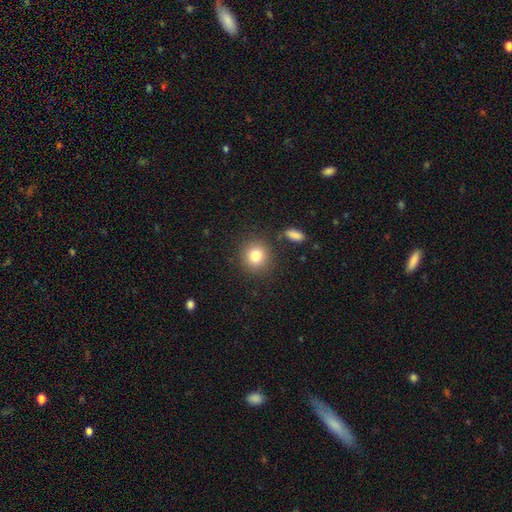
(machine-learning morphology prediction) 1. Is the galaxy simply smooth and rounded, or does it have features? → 81% smooth, 11% star or artifact, 8% featured or disk.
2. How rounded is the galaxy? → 88% round, 12% in between, 1% cigar-shaped.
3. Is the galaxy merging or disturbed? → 85% none, 8% minor disturbance, 3% merger, 3% major disturbance.